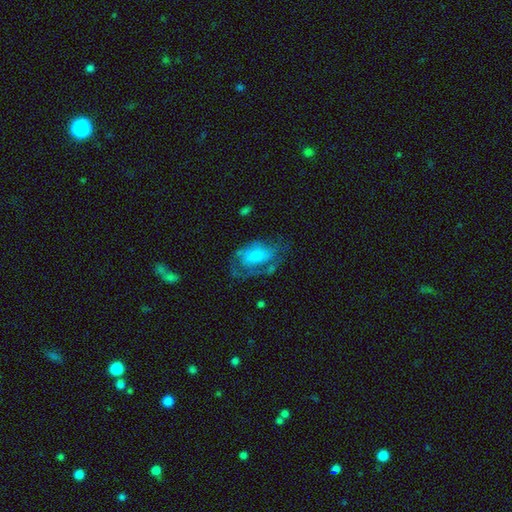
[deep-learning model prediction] Smooth or featured: smooth — 48% (featured or disk — 44%)
Merging: none — 36% (major disturbance — 34%)